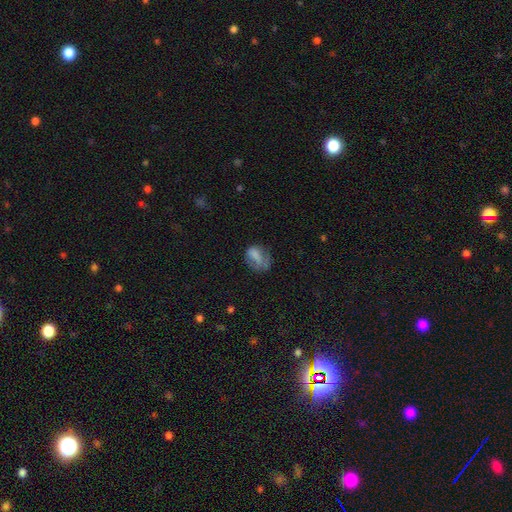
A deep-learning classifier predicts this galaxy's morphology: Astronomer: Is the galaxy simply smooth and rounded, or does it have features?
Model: smooth — 67%.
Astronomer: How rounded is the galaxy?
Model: in between — 69%.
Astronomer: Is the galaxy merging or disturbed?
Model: none — 35% (runner-up: major disturbance, 32%).